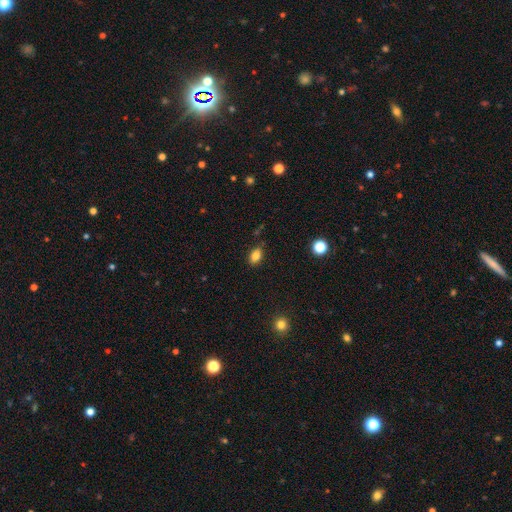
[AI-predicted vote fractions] smooth 84%, star or artifact 11%, featured or disk 6%. Down the decision tree: how rounded — in between (85%); merging — none (83%).